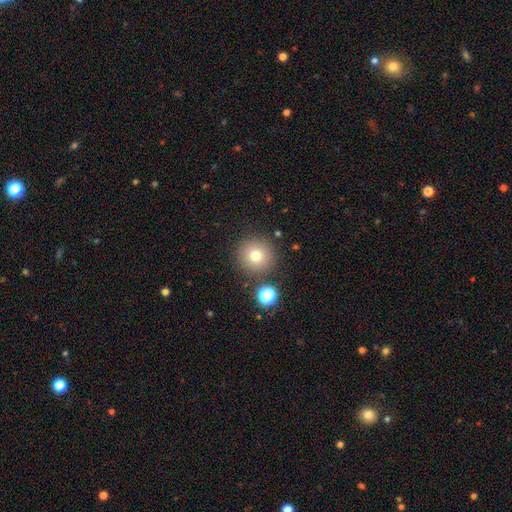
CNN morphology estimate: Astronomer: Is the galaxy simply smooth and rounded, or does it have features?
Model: smooth — 68%.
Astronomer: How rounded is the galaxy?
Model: round — 95%.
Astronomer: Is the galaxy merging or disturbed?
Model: none — 86%.